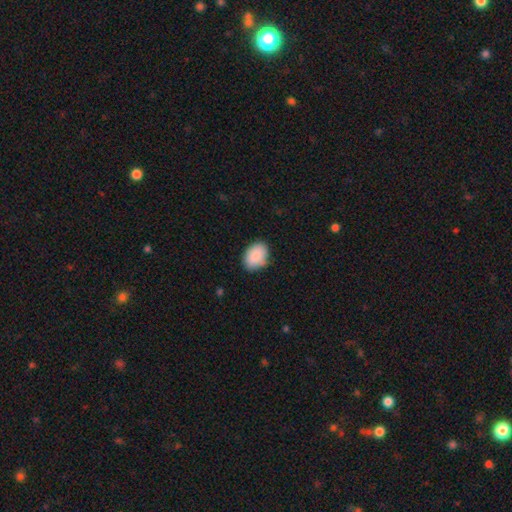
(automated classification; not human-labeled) This appears to be a smooth galaxy with no disk features (88%) that is in between round and cigar-shaped (79%). Merging: none (80%).